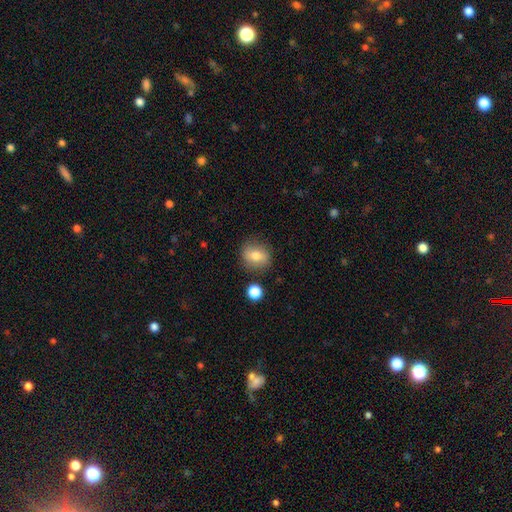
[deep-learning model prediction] This appears to be a smooth galaxy with no disk features (75%) that is round (67%). Merging: none (81%).